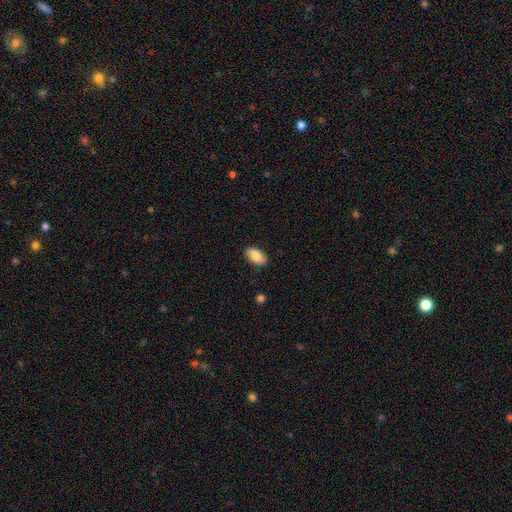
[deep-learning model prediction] smooth-or-featured: smooth: 86% | featured or disk: 7% | star or artifact: 7%
  how-rounded: in between: 93% | round: 3% | cigar-shaped: 3%
  merging: none: 89% | minor disturbance: 8% | major disturbance: 2% | merger: 1%